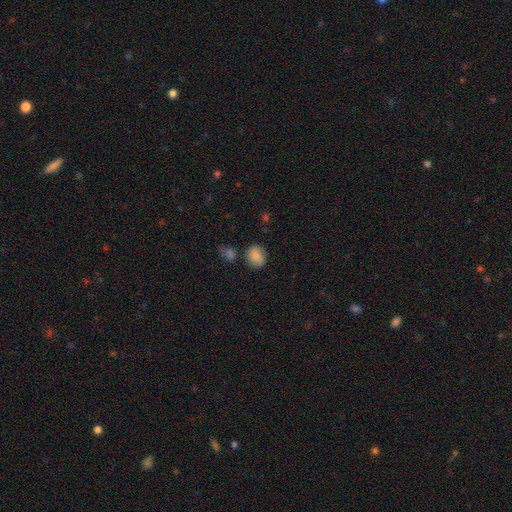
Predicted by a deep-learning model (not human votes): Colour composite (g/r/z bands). It shows a smooth galaxy with no disk features (83%) that is round (55%). Merging: none (74%).